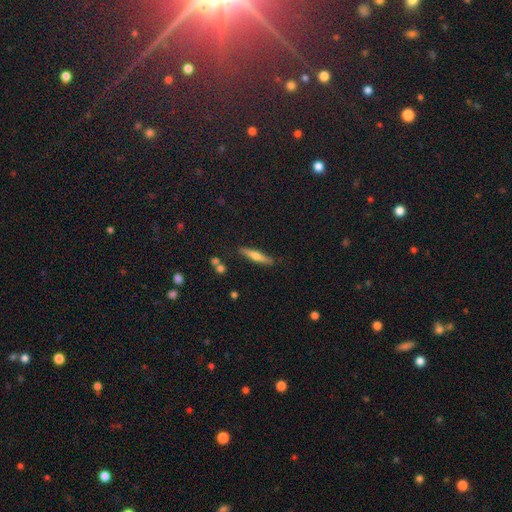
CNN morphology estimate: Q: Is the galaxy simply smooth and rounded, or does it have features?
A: smooth — 49%.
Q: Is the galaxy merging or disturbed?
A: none — 85%.